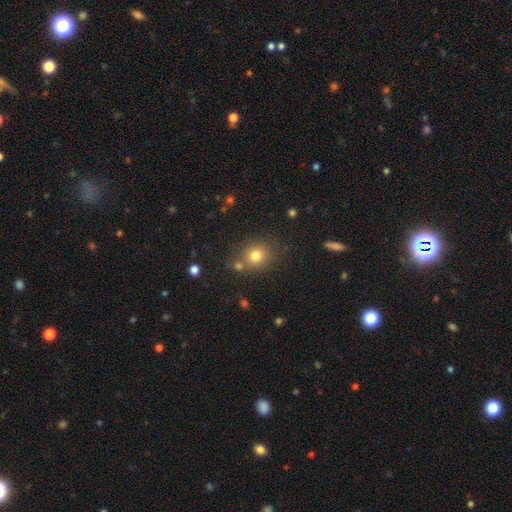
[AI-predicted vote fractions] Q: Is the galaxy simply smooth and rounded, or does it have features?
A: smooth — 77%.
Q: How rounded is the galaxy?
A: round — 82%.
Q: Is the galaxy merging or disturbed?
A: none — 73%.